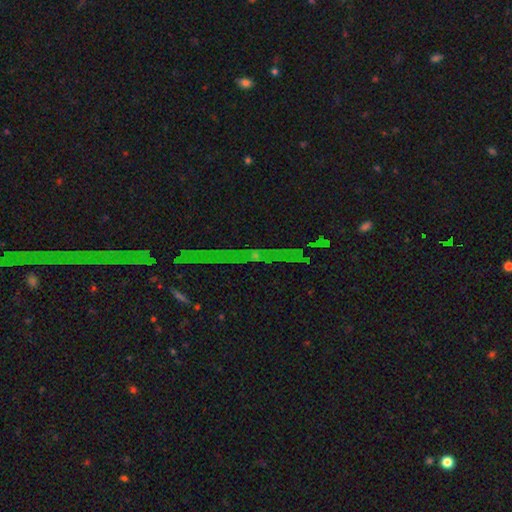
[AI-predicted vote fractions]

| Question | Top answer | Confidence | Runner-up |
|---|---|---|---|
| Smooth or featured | star or artifact | 78% | featured or disk (12%) |